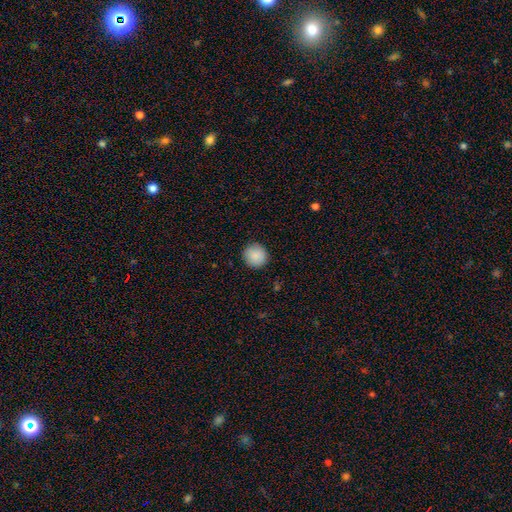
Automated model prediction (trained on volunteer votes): The model was most divided on "smooth or featured": smooth: 89%, star or artifact: 7%, featured or disk: 4%. More confident: how rounded — round (94%); merging — none (91%).